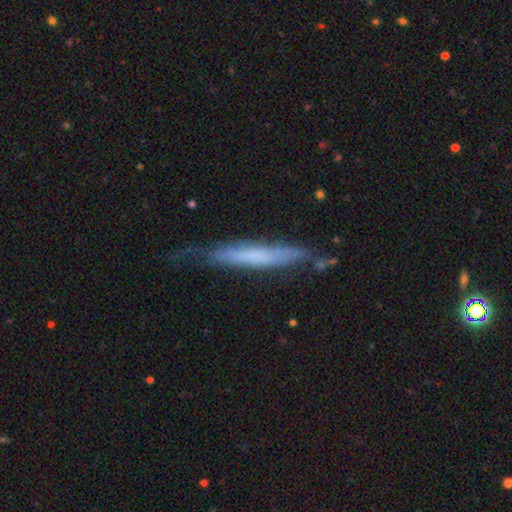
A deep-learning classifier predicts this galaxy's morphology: type=featured or disk (50%); edge-on=yes (85%); merging=none (59%).